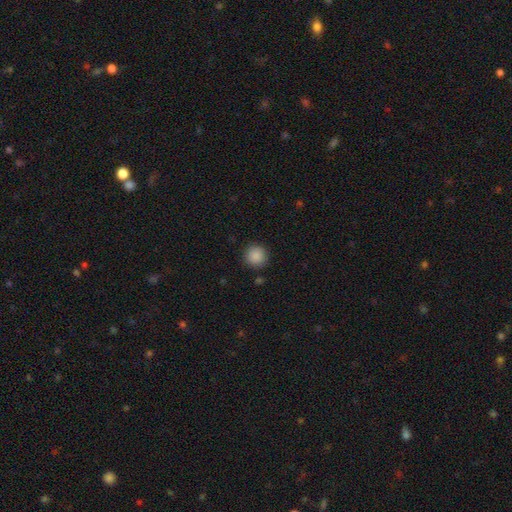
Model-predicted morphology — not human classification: smooth 89%, star or artifact 9%, featured or disk 3%. Down the decision tree: how rounded — round (94%); merging — none (90%).